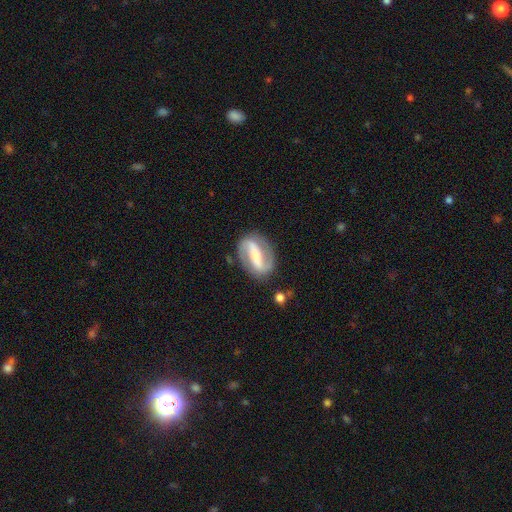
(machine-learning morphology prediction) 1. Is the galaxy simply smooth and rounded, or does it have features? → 83% featured or disk, 12% smooth, 5% star or artifact.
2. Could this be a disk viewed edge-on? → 96% no, 4% yes.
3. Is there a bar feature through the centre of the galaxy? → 72% strong, 18% weak, 9% no.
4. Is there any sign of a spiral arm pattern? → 90% yes, 10% no.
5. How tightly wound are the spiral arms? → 43% medium, 30% loose, 27% tight.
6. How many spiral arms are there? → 91% 2, 4% can't tell, 3% 1, 1% 3, 1% 4, 1% more than 4.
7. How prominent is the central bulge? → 36% moderate, 34% small, 13% large, 13% none, 3% dominant.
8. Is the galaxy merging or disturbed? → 82% none, 12% minor disturbance, 5% major disturbance, 2% merger.